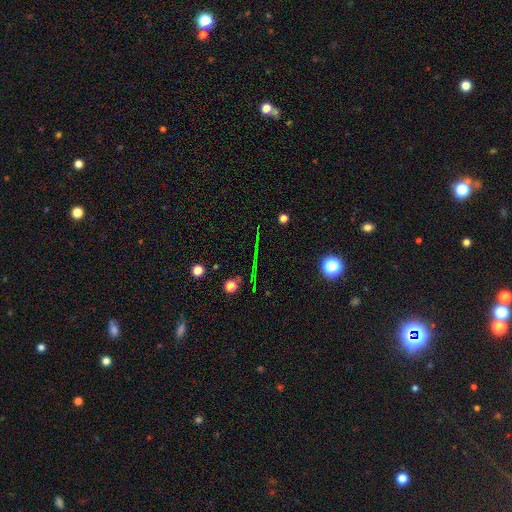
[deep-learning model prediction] The model was most divided on "smooth or featured": star or artifact: 65%, featured or disk: 18%, smooth: 17%.